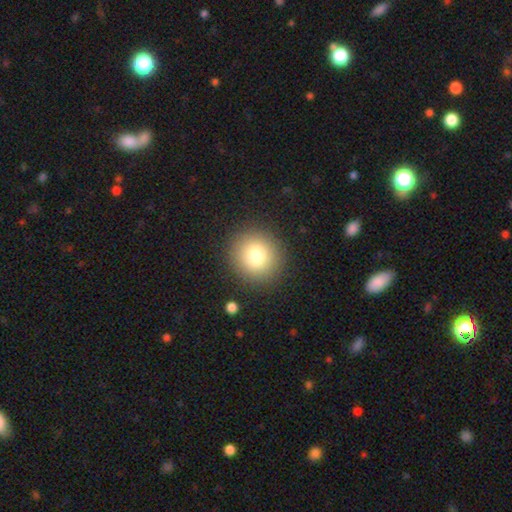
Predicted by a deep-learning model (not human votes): Smooth or featured?
  - smooth: 79% *
  - star or artifact: 11%
  - featured or disk: 10%
How rounded?
  - round: 91% *
  - in between: 8%
  - cigar-shaped: 1%
Merging?
  - none: 90% *
  - minor disturbance: 6%
  - major disturbance: 3%
  - merger: 1%